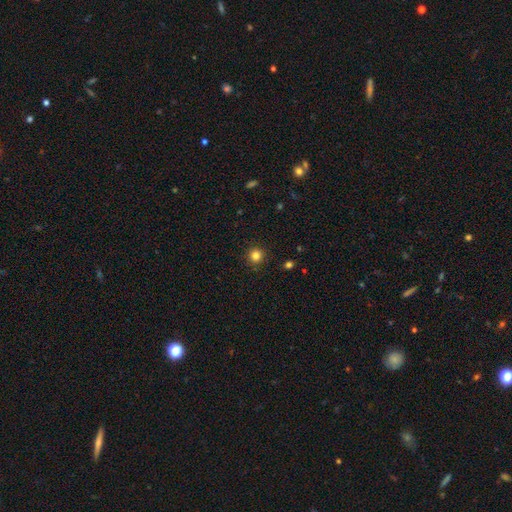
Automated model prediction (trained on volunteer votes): Smooth or featured? smooth (82%)
How rounded? round (95%)
Merging? none (92%)